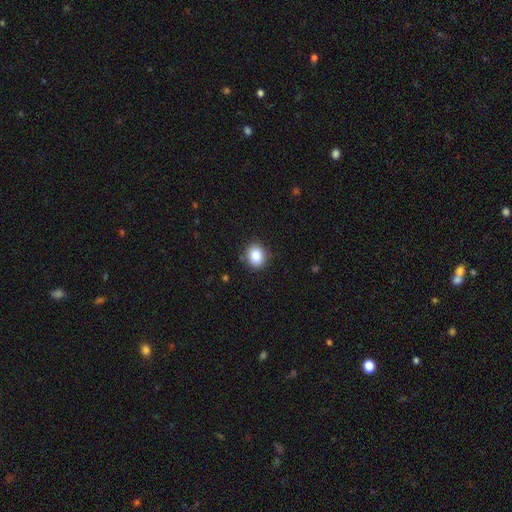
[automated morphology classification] Smooth or featured: smooth — 83% (star or artifact — 10%)
How rounded: round — 71% (in between — 29%)
Merging: none — 89% (minor disturbance — 8%)